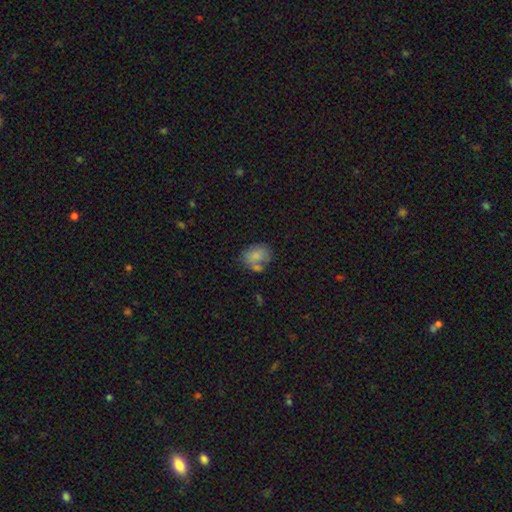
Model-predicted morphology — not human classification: Smooth or featured? Predicted: smooth (p=0.78). How rounded? Predicted: in between (p=0.68). Merging? Predicted: none (p=0.47).